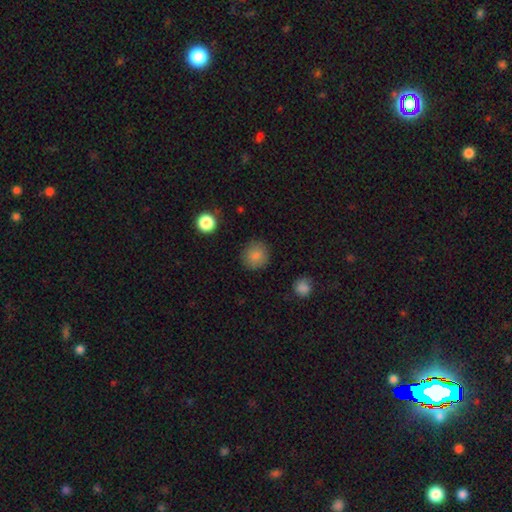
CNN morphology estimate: A smooth galaxy with no disk features (86%) that is round (90%). Merging: none (86%).